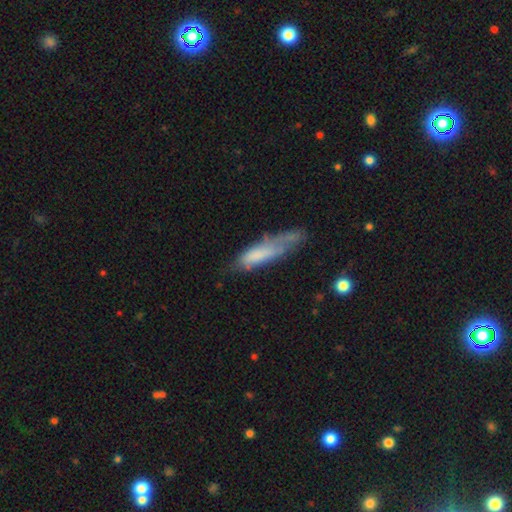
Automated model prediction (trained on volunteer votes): Q: Smooth or featured?
A: smooth (64%); runner-up: featured or disk (29%)
Q: How rounded?
A: cigar-shaped (67%); runner-up: in between (31%)
Q: Merging?
A: none (38%); runner-up: minor disturbance (33%)